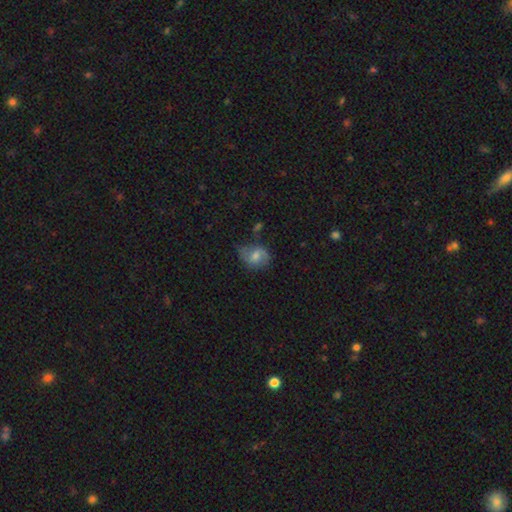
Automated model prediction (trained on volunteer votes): Morphology: type=featured or disk (49%); merging=none (55%).